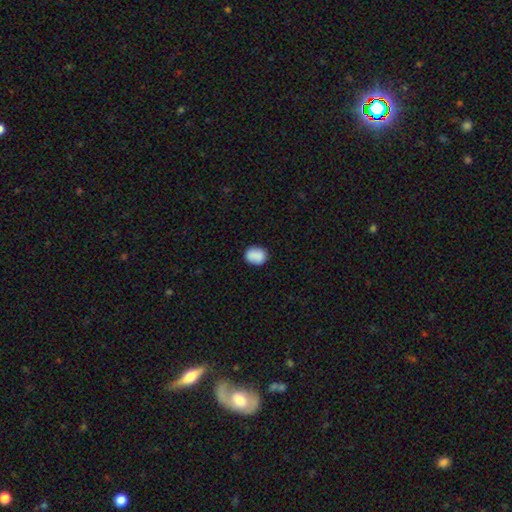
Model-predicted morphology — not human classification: smooth_or_featured: smooth (p=0.87) [alt: star or artifact p=0.08]
how_rounded: round (p=0.58) [alt: in between p=0.41]
merging: none (p=0.81) [alt: minor disturbance p=0.14]